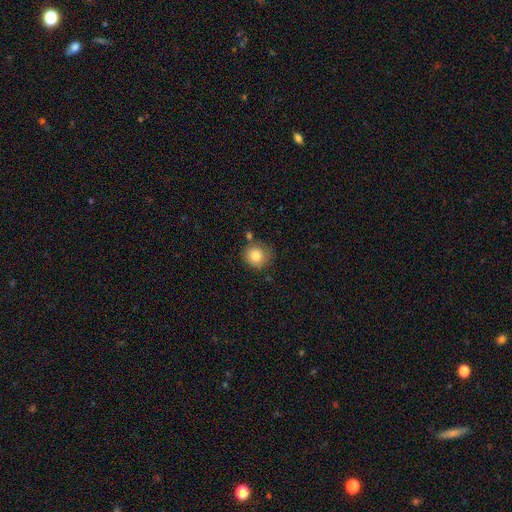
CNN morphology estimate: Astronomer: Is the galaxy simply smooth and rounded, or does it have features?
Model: smooth — 82%.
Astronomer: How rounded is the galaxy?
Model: round — 90%.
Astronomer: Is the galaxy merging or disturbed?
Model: none — 72%.